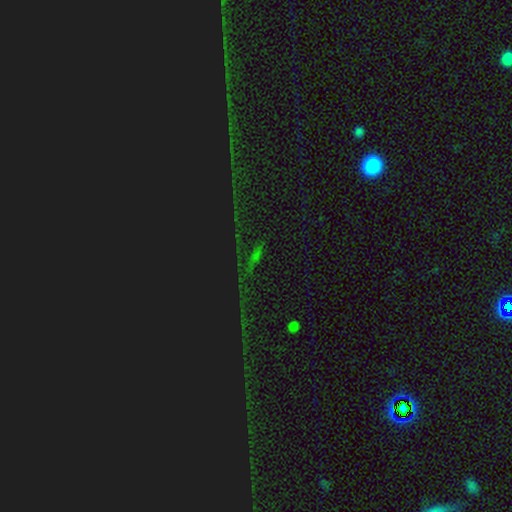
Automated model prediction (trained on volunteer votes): This is likely a star or artifact rather than a galaxy (74%).